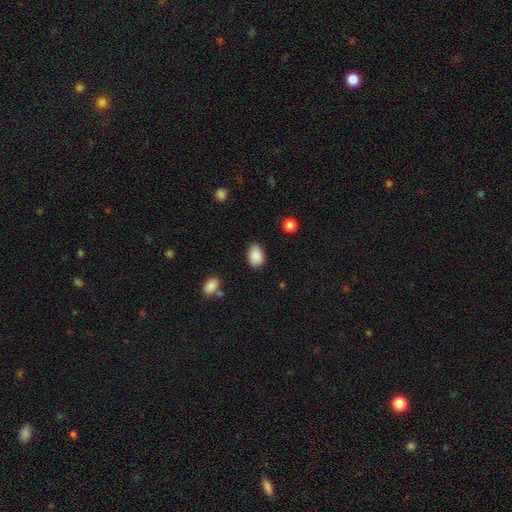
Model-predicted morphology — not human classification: This appears to be a smooth galaxy with no disk features (89%) that is in between round and cigar-shaped (86%). Merging: none (78%).